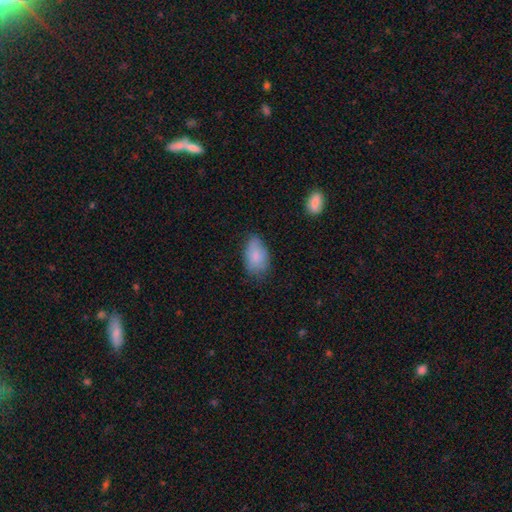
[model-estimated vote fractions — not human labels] Overall: smooth (82%). How rounded: in between (91%). Merging: none (63%; minor disturbance 29%).